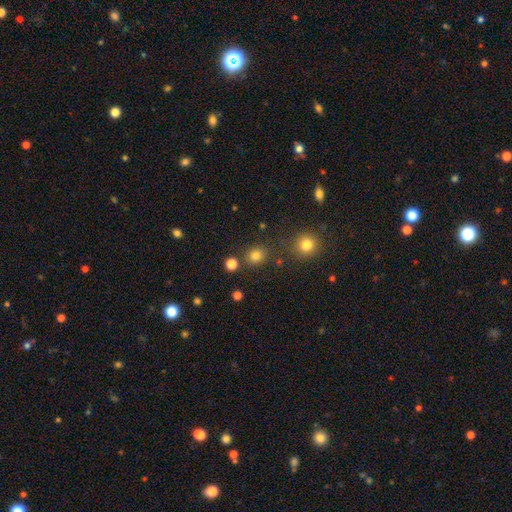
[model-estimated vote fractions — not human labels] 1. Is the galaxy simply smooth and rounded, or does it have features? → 80% smooth, 15% star or artifact, 5% featured or disk.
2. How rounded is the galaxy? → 76% round, 23% in between, 1% cigar-shaped.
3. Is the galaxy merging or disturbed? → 81% none, 9% minor disturbance, 7% merger, 3% major disturbance.